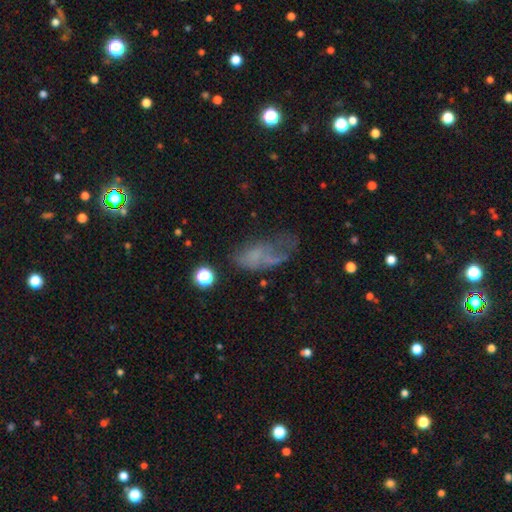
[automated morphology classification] The model was most divided on "merging": major disturbance: 39%, none: 31%, minor disturbance: 24%, merger: 7%. Remaining: smooth or featured — smooth (48%).